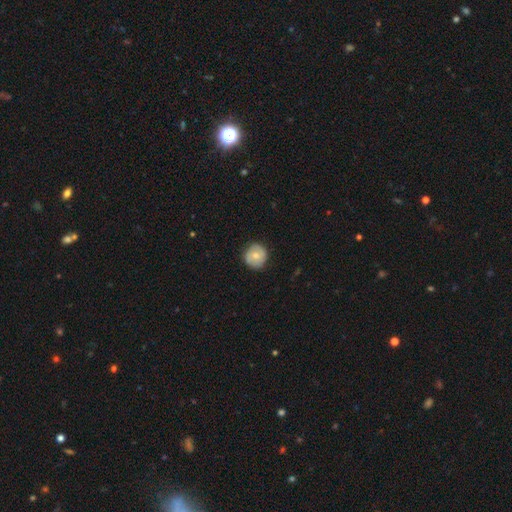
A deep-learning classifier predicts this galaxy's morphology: The model was most divided on "smooth or featured": smooth: 63%, featured or disk: 30%, star or artifact: 7%. More confident: how rounded — round (91%); merging — none (83%).